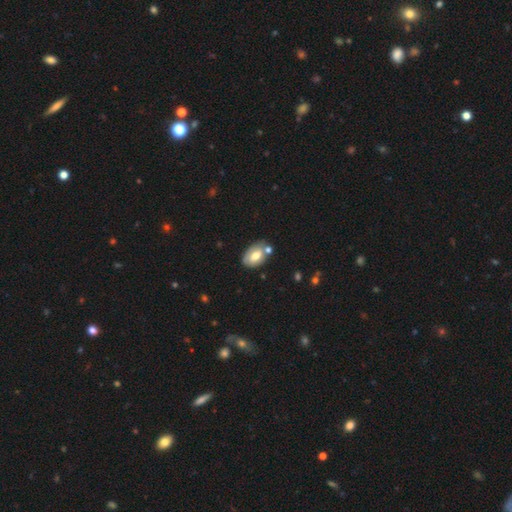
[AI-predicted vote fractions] A smooth galaxy with no disk features (61%) that is in between round and cigar-shaped (90%). Merging: none (57%).